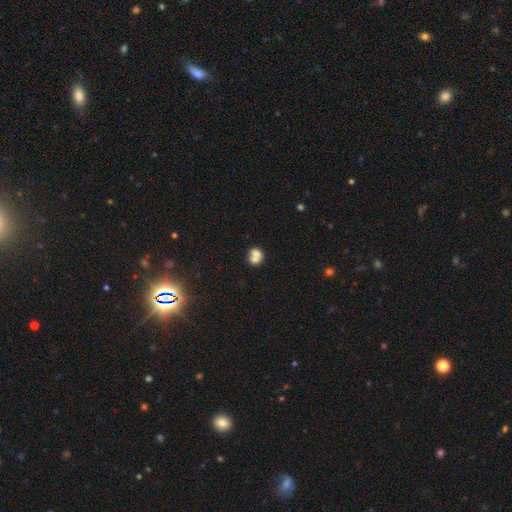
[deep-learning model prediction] Smooth or featured? smooth (68%)
How rounded? round (61%)
Merging? merger (62%)